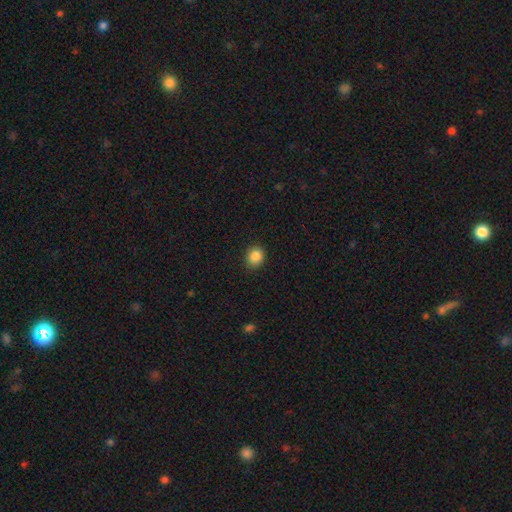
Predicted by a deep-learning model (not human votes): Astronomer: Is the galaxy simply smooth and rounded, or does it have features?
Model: smooth — 87%.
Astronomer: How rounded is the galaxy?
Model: round — 72%.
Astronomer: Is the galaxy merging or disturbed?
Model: none — 86%.